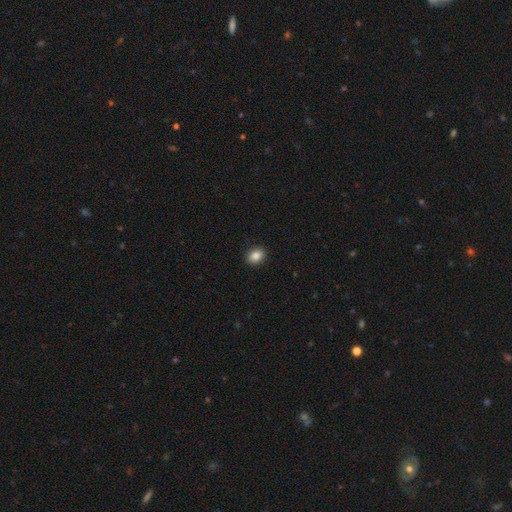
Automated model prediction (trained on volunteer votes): Smooth or featured? smooth (87%)
How rounded? in between (61%)
Merging? none (91%)